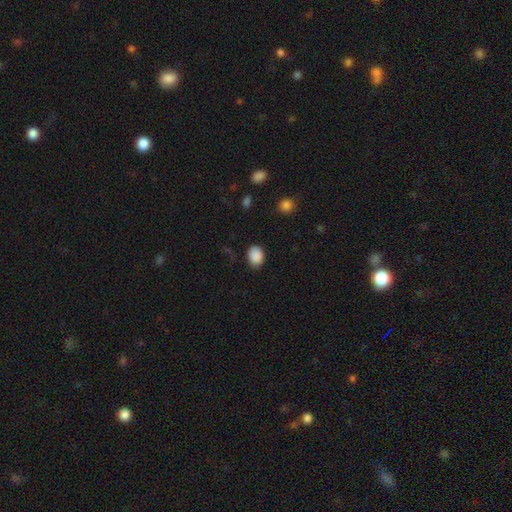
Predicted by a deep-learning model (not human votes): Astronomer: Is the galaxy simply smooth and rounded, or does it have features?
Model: smooth — 89%.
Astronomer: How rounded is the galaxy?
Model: in between — 69%.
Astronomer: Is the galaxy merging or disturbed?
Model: none — 83%.